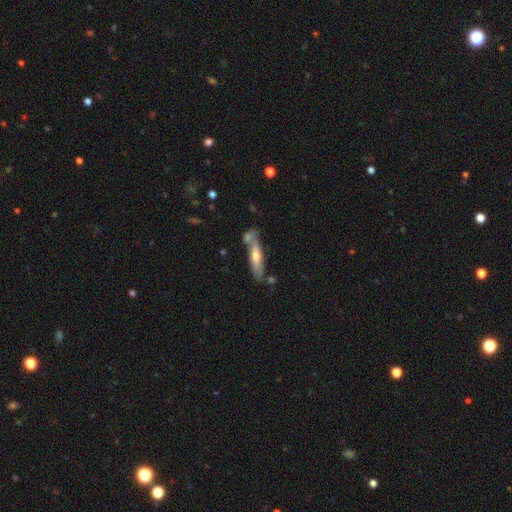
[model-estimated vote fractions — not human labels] Smooth or featured: featured or disk — 48% (smooth — 46%)
Merging: none — 63% (minor disturbance — 17%)